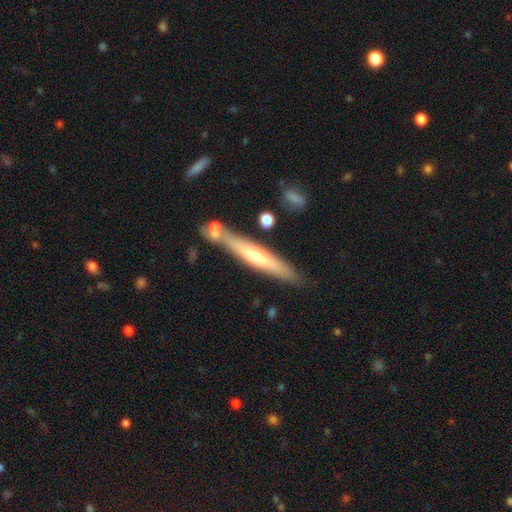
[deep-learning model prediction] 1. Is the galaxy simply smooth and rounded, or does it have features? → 49% featured or disk, 46% smooth, 5% star or artifact.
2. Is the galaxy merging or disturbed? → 71% none, 13% minor disturbance, 12% merger, 3% major disturbance.